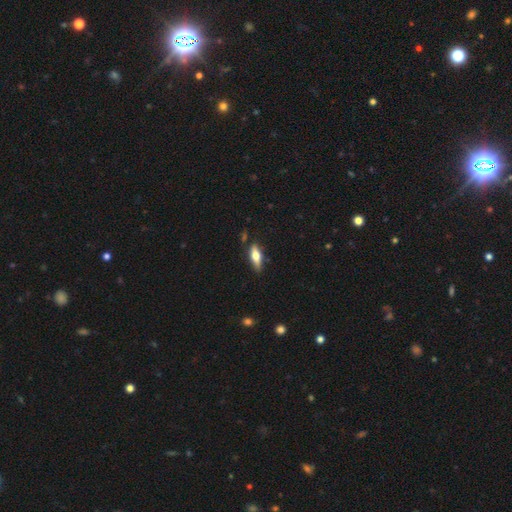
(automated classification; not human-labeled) Smooth or featured? smooth (56%)
How rounded? in between (59%)
Merging? none (77%)